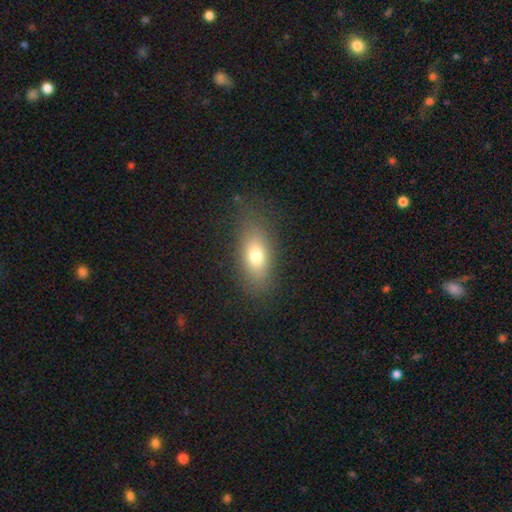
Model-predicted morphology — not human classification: Smooth or featured?
  - smooth: 73% *
  - featured or disk: 16%
  - star or artifact: 10%
How rounded?
  - in between: 79% *
  - cigar-shaped: 12%
  - round: 9%
Merging?
  - none: 80% *
  - minor disturbance: 13%
  - major disturbance: 6%
  - merger: 1%